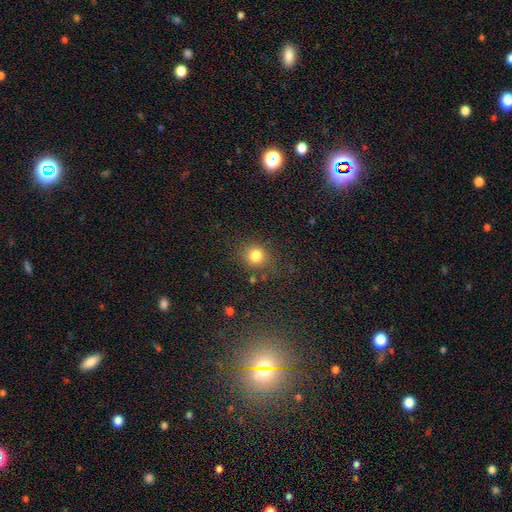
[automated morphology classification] This is clearly a smooth galaxy (81%). How rounded: clearly round (84%). Merging: likely none (78%).